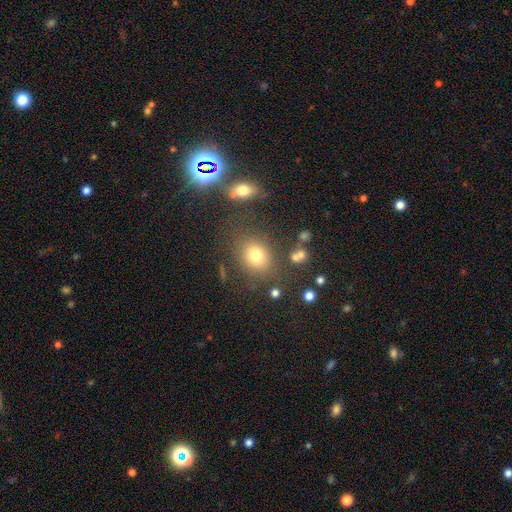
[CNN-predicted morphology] Smooth or featured? Predicted: smooth (p=0.75). How rounded? Predicted: round (p=0.55). Merging? Predicted: none (p=0.75).